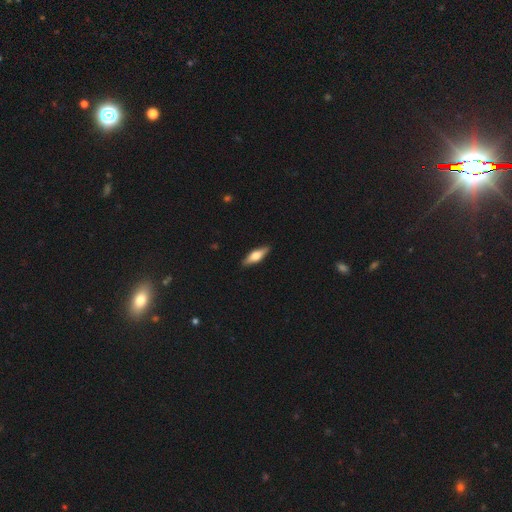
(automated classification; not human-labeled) Overall: smooth (50%; featured or disk 44%). How rounded: in between (50%; cigar-shaped 47%). Merging: none (88%).